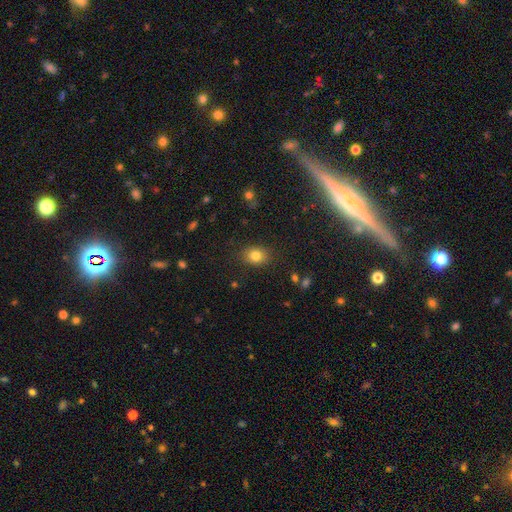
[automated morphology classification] type=smooth (81%); roundness=in between (51%); merging=none (85%).